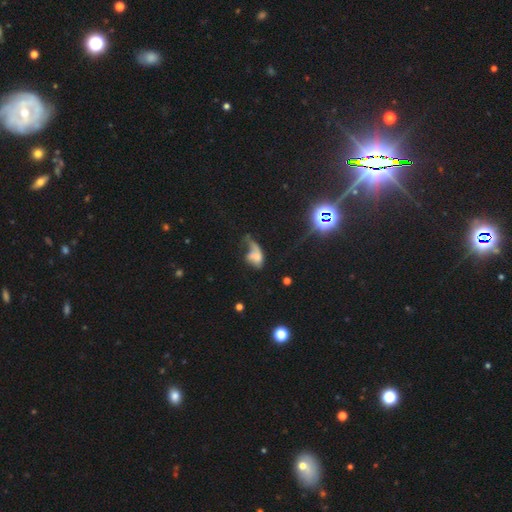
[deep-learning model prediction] Overall: smooth (48%; featured or disk 37%). Merging: major disturbance (50%; minor disturbance 18%).